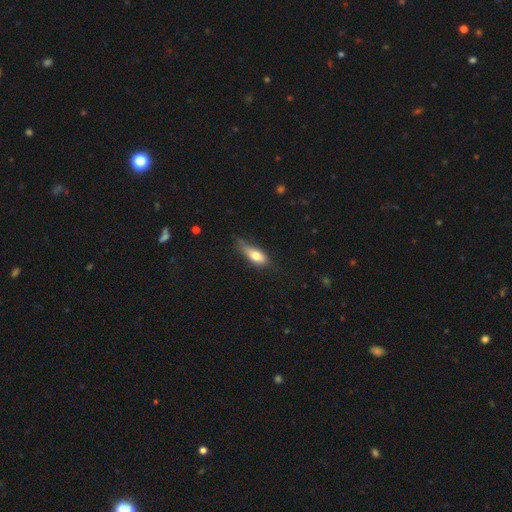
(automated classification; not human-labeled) A smooth galaxy with no disk features (73%) that is in between round and cigar-shaped (72%). Merging: none (46%).